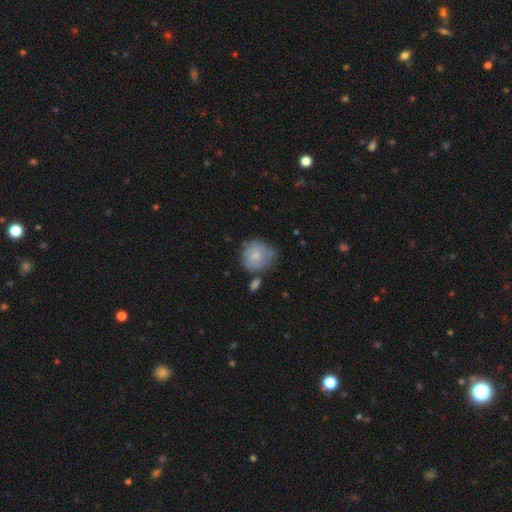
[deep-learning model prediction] Overall: smooth (71%). How rounded: round (79%). Merging: none (52%; minor disturbance 30%).